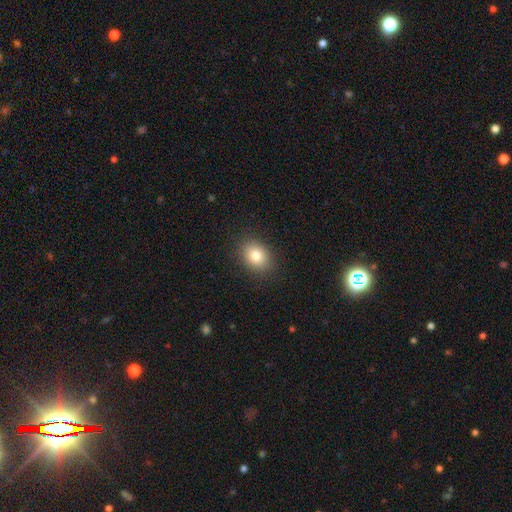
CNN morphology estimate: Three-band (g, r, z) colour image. It shows a smooth galaxy with no disk features (82%) that is in between round and cigar-shaped (52%). Merging: none (88%).